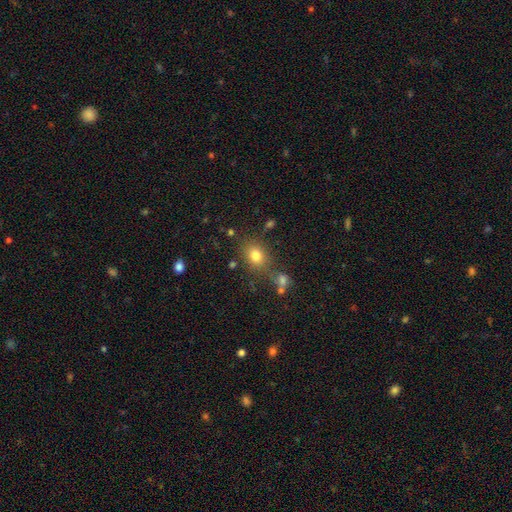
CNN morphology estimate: Overall: smooth (78%). How rounded: in between (49%, tied with round). Merging: none (70%).